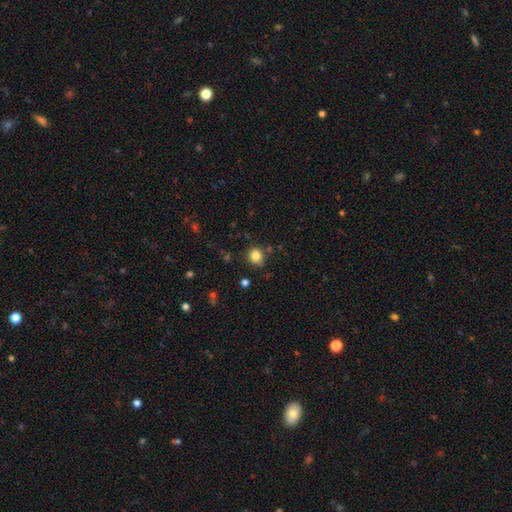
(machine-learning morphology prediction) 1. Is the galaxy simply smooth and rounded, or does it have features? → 83% smooth, 11% star or artifact, 5% featured or disk.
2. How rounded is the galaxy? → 79% round, 20% in between, 1% cigar-shaped.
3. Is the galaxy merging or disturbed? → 78% none, 14% minor disturbance, 4% merger, 4% major disturbance.